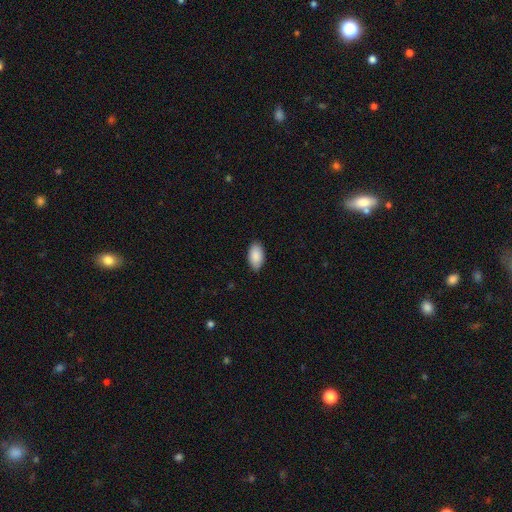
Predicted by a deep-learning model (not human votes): Q: Smooth or featured?
A: smooth (89%); runner-up: star or artifact (6%)
Q: How rounded?
A: in between (95%); runner-up: round (3%)
Q: Merging?
A: none (84%); runner-up: minor disturbance (13%)